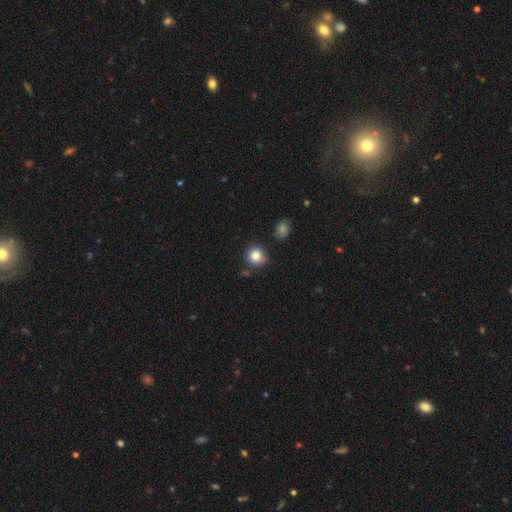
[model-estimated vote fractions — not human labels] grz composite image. It shows a smooth galaxy with no disk features (83%) that is round (91%). Merging: none (85%).